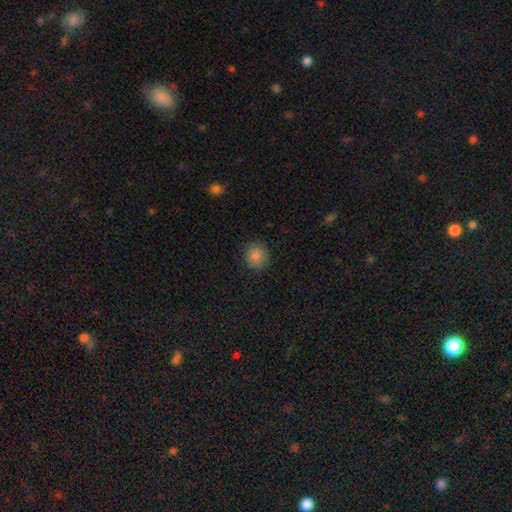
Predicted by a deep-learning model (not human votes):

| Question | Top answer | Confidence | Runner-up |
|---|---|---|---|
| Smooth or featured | smooth | 85% | star or artifact (10%) |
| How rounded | round | 86% | in between (13%) |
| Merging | none | 87% | minor disturbance (10%) |